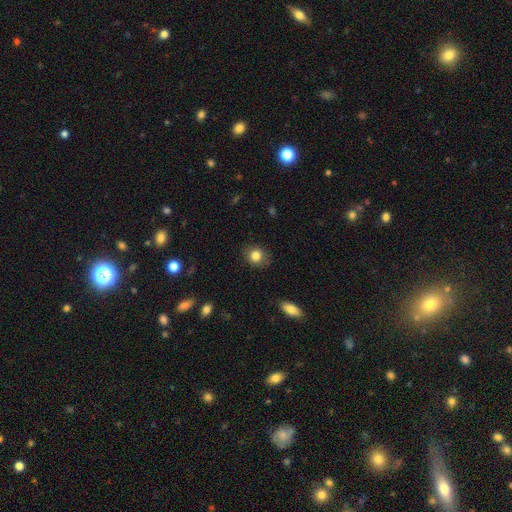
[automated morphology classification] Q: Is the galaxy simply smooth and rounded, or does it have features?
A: smooth — 84%.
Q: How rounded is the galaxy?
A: round — 74%.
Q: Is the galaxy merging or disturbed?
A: none — 82%.